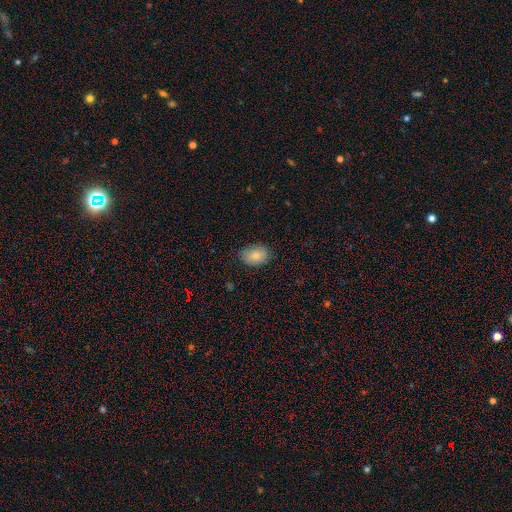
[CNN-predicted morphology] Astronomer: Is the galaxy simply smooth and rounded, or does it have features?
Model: smooth — 83%.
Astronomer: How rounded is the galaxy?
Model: in between — 69%.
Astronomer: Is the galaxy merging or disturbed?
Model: none — 78%.